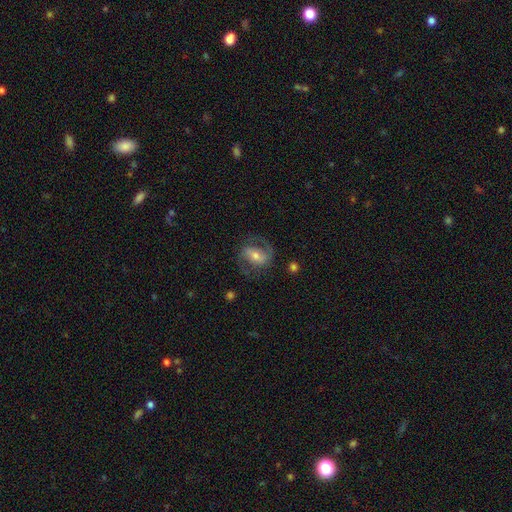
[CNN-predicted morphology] A featured or disk galaxy (72%) with a strong bar (40%), 2 (85%) medium (53%) spiral arms (88%) and a moderate central bulge (52%). Merging: none (72%).